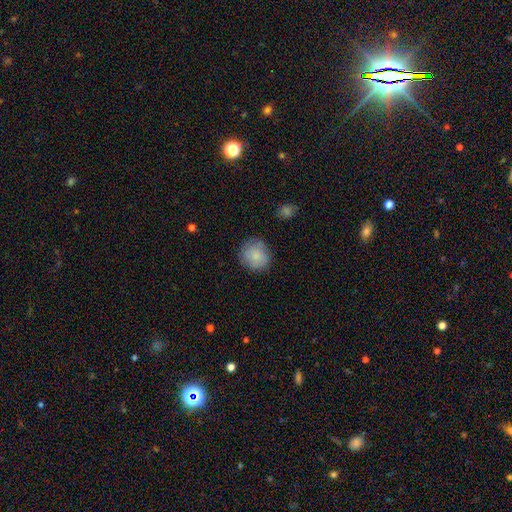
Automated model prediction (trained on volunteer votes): Q: Smooth or featured?
A: smooth (85%); runner-up: featured or disk (8%)
Q: How rounded?
A: round (88%); runner-up: in between (11%)
Q: Merging?
A: none (80%); runner-up: minor disturbance (15%)